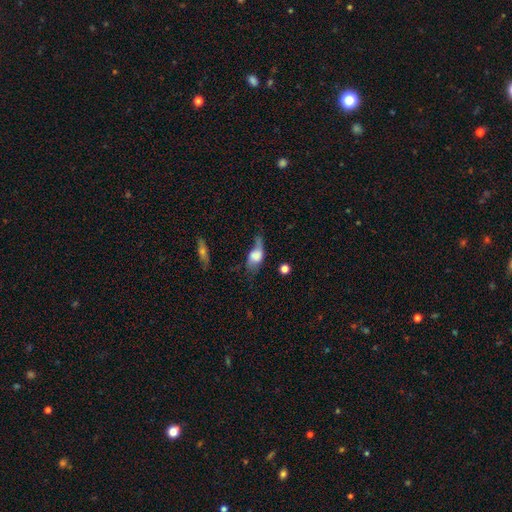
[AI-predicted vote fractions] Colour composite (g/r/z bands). It shows a smooth galaxy with no disk features (60%) that is in between round and cigar-shaped (78%). Merging: major disturbance (38%).